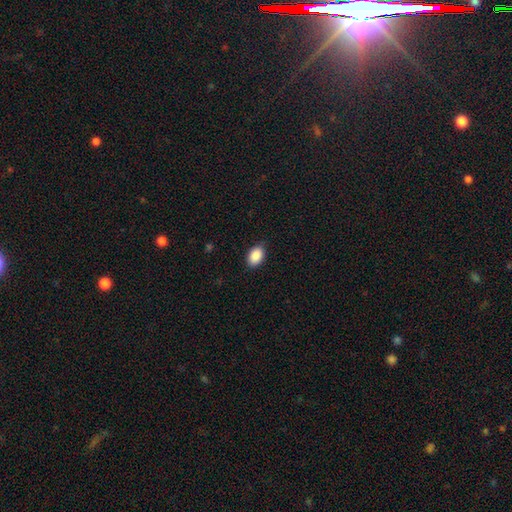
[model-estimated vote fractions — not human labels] This appears to be a smooth galaxy with no disk features (90%) that is in between round and cigar-shaped (89%). Merging: none (84%).